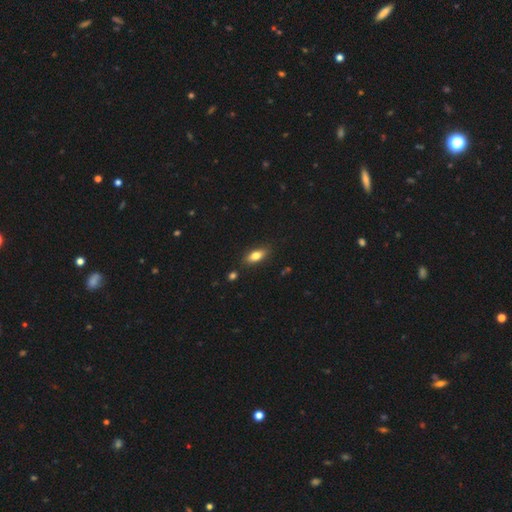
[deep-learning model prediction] Smooth or featured? smooth (77%)
How rounded? in between (80%)
Merging? none (85%)